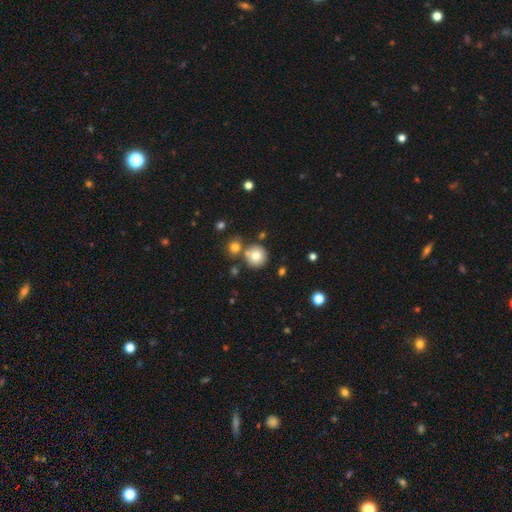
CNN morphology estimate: This is likely a smooth galaxy (77%). How rounded: clearly round (93%). Merging: likely none (72%).